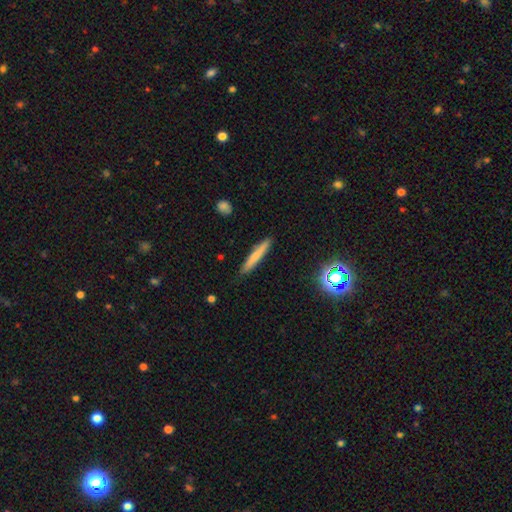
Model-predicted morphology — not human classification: Overall: smooth (66%; featured or disk 27%). How rounded: cigar-shaped (94%). Merging: none (89%).